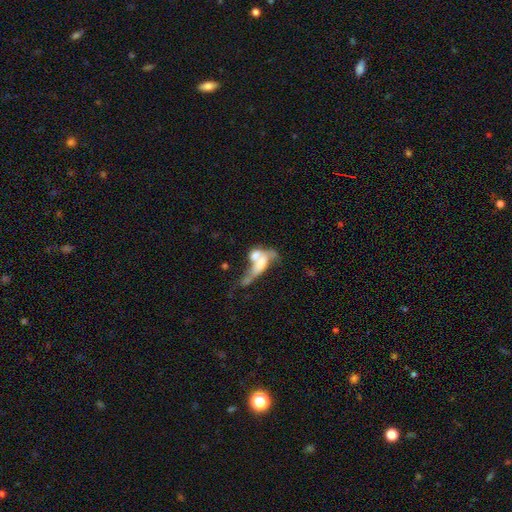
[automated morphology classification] The model was most divided on "smooth or featured": smooth: 50%, featured or disk: 40%, star or artifact: 10%. More confident: merging — merger (63%).